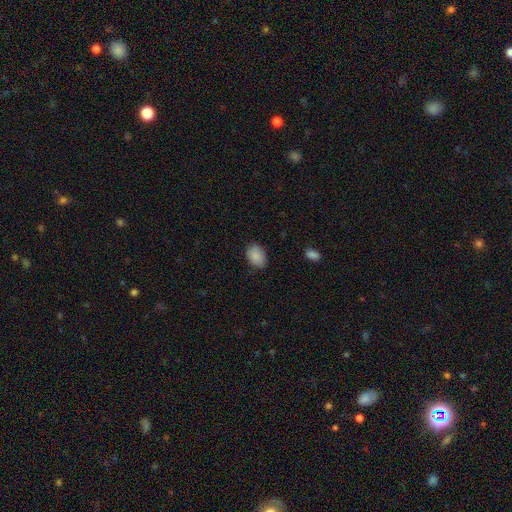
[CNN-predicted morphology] Smooth or featured? smooth (88%)
How rounded? in between (81%)
Merging? none (85%)